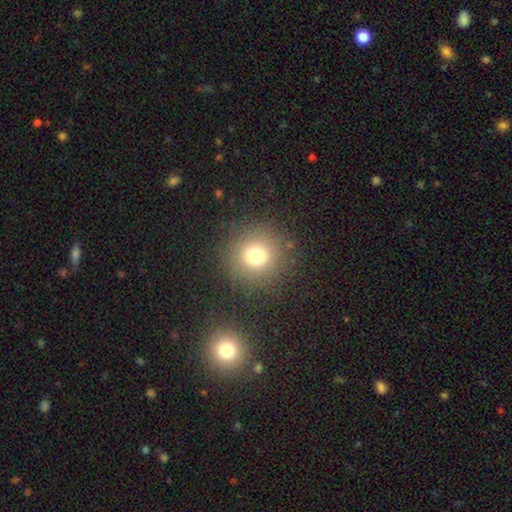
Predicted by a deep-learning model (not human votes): The model was most divided on "smooth or featured": smooth: 73%, star or artifact: 17%, featured or disk: 10%. More confident: how rounded — round (94%); merging — none (86%).